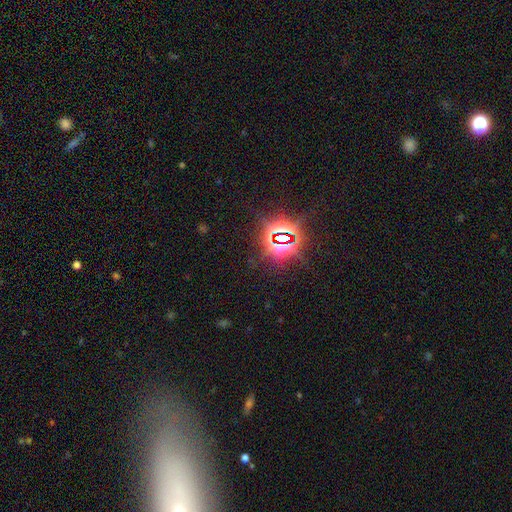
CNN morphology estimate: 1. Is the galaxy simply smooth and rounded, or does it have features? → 70% star or artifact, 19% smooth, 11% featured or disk.